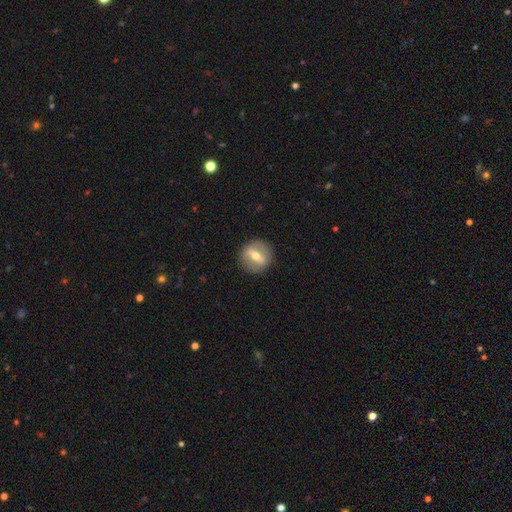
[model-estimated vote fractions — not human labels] Overall: featured or disk (61%; smooth 32%). Edge-on disk: no (77%). Merging: none (87%).